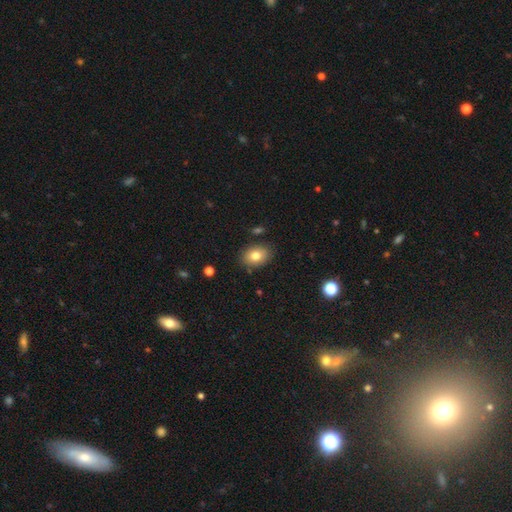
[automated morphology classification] smooth-or-featured: smooth: 79% | featured or disk: 12% | star or artifact: 10%
  how-rounded: in between: 71% | round: 28% | cigar-shaped: 1%
  merging: none: 84% | minor disturbance: 11% | major disturbance: 3% | merger: 2%